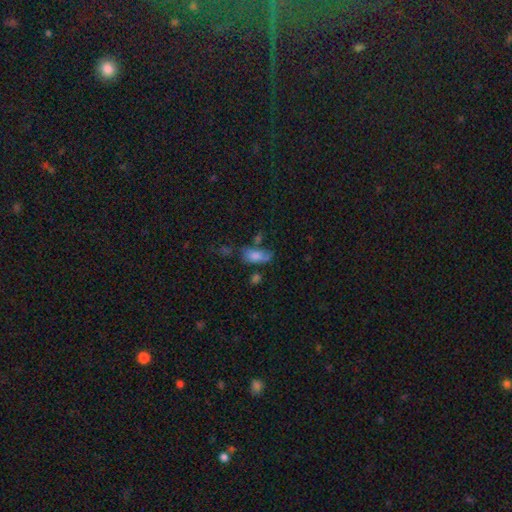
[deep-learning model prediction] smooth-or-featured: smooth: 75% | featured or disk: 15% | star or artifact: 10%
  how-rounded: in between: 86% | cigar-shaped: 9% | round: 5%
  merging: none: 41% | minor disturbance: 28% | major disturbance: 16% | merger: 15%